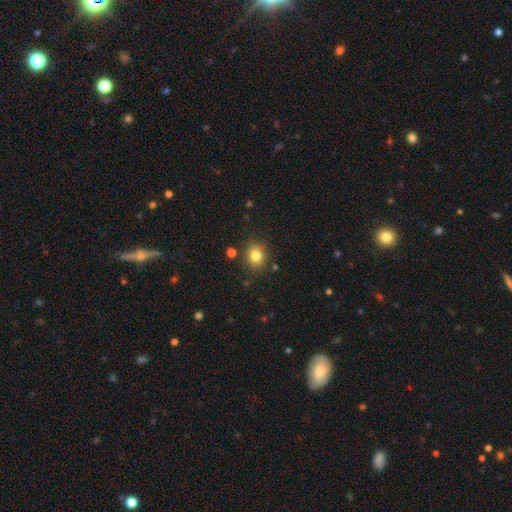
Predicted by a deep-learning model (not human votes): Overall: smooth (81%). How rounded: round (72%). Merging: none (85%).